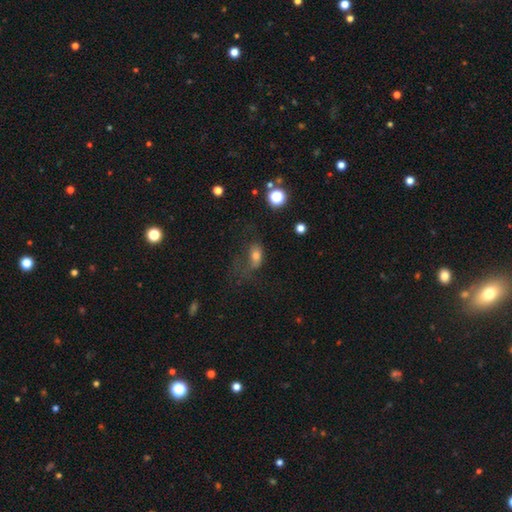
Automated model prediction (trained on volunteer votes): A smooth galaxy with no disk features (66%) that is in between round and cigar-shaped (79%). Merging: major disturbance (42%).